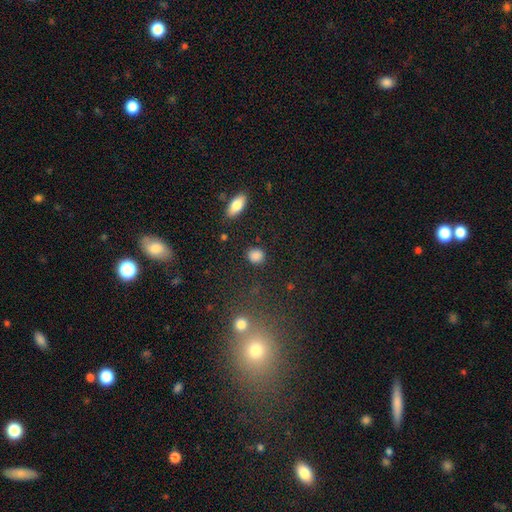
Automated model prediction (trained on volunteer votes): A smooth galaxy with no disk features (87%) that is round (72%).

Vote fractions:
- Smooth or featured? smooth: 87% / star or artifact: 9% / featured or disk: 4%
- How rounded? round: 72% / in between: 26% / cigar-shaped: 2%
- Merging? none: 87% / minor disturbance: 9% / major disturbance: 3% / merger: 2%